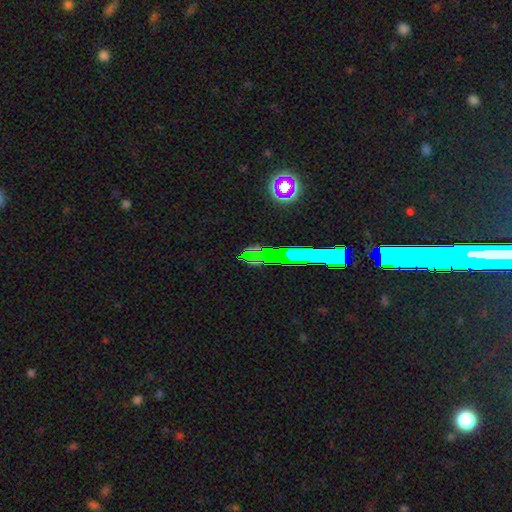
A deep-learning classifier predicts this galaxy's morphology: Smooth or featured? Predicted: star or artifact (p=0.44).